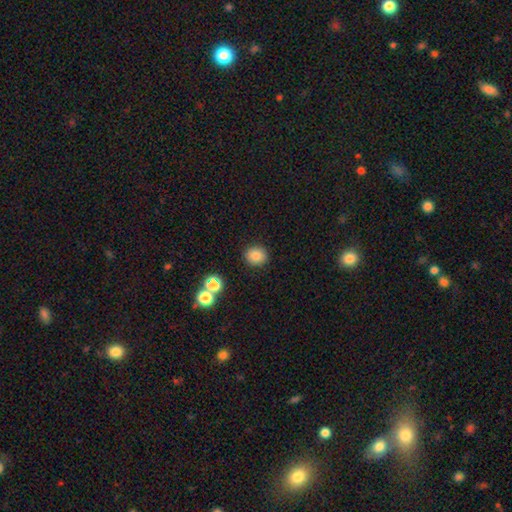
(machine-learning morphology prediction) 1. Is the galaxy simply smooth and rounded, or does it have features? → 82% smooth, 12% star or artifact, 6% featured or disk.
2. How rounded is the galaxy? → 83% round, 16% in between, 1% cigar-shaped.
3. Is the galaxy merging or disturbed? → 89% none, 6% minor disturbance, 3% merger, 2% major disturbance.